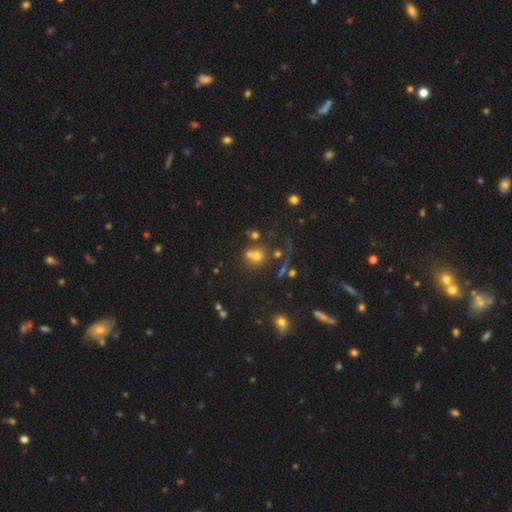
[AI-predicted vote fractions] smooth-or-featured: smooth: 59% | star or artifact: 23% | featured or disk: 17%
  how-rounded: round: 81% | in between: 17% | cigar-shaped: 1%
  merging: none: 44% | merger: 42% | minor disturbance: 9% | major disturbance: 5%